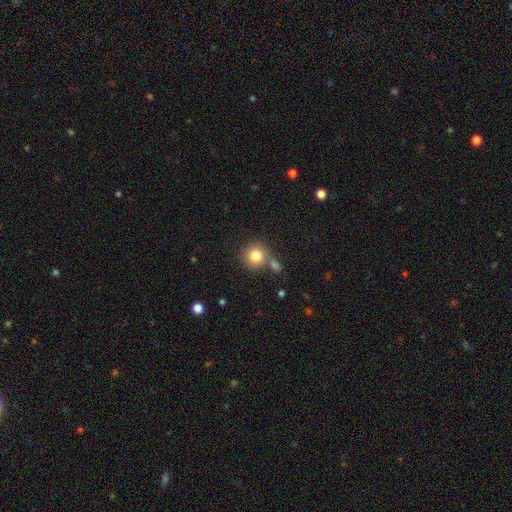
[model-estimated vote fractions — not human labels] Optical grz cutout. It shows a smooth galaxy with no disk features (81%) that is round (91%). Merging: none (66%).